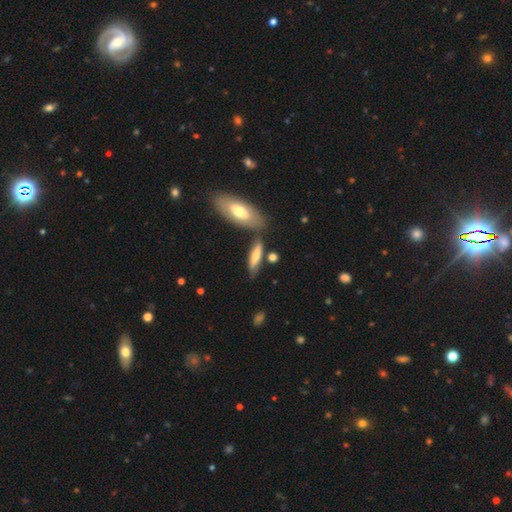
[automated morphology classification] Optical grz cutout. It shows a smooth galaxy with no disk features (63%) that is cigar-shaped (61%). Merging: none (64%).